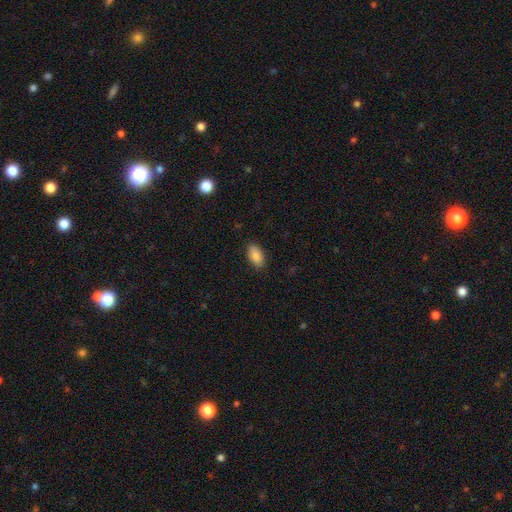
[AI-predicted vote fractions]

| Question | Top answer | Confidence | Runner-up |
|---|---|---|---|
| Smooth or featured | smooth | 87% | star or artifact (7%) |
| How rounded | in between | 92% | cigar-shaped (5%) |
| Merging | none | 88% | minor disturbance (9%) |